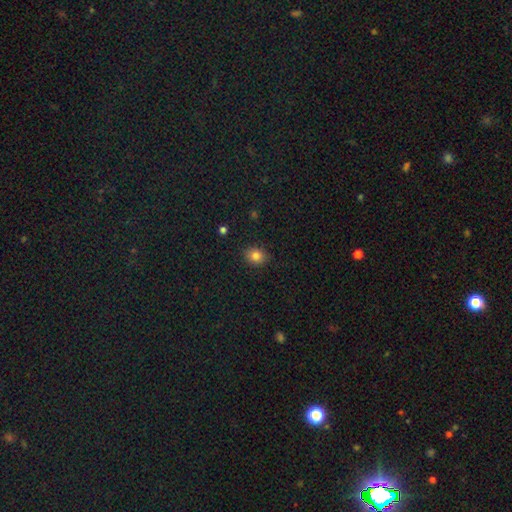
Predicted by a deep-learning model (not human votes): This is clearly a smooth galaxy (82%). How rounded: possibly round (57%). Merging: clearly none (88%).